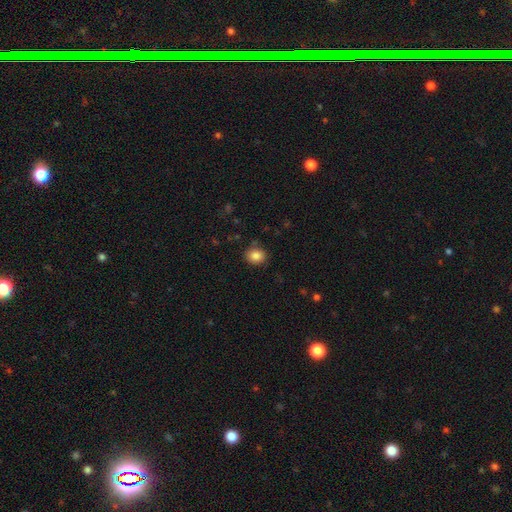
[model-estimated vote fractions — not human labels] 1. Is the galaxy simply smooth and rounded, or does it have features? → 85% smooth, 9% star or artifact, 5% featured or disk.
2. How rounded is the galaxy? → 61% round, 38% in between, 1% cigar-shaped.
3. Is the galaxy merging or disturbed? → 85% none, 11% minor disturbance, 3% major disturbance, 2% merger.